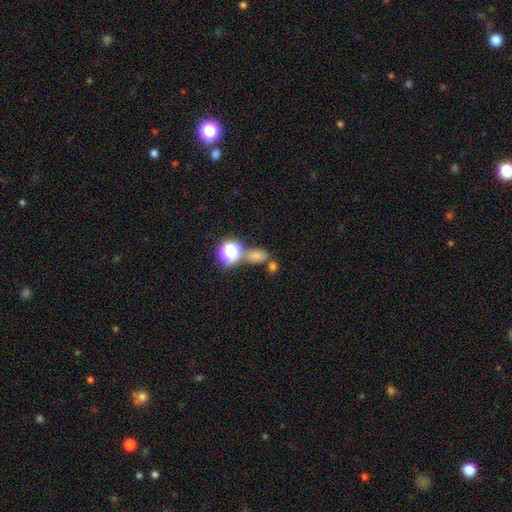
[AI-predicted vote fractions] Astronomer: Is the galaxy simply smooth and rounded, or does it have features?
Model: smooth — 68%.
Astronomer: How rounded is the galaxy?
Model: in between — 68%.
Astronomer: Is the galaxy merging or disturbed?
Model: none — 58%.